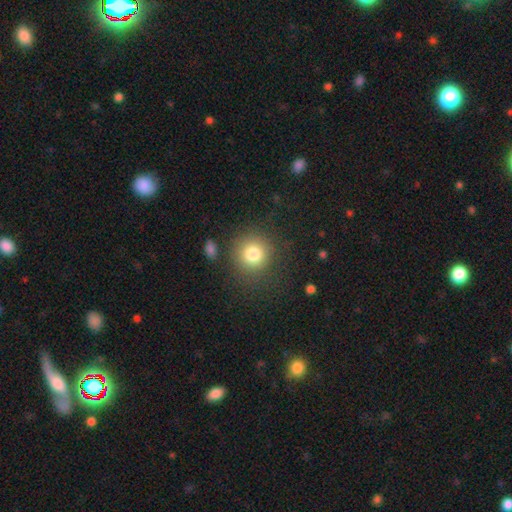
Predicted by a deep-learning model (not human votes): Smooth or featured?
  - smooth: 80% *
  - star or artifact: 11%
  - featured or disk: 8%
How rounded?
  - round: 92% *
  - in between: 7%
  - cigar-shaped: 1%
Merging?
  - none: 83% *
  - minor disturbance: 9%
  - major disturbance: 5%
  - merger: 3%